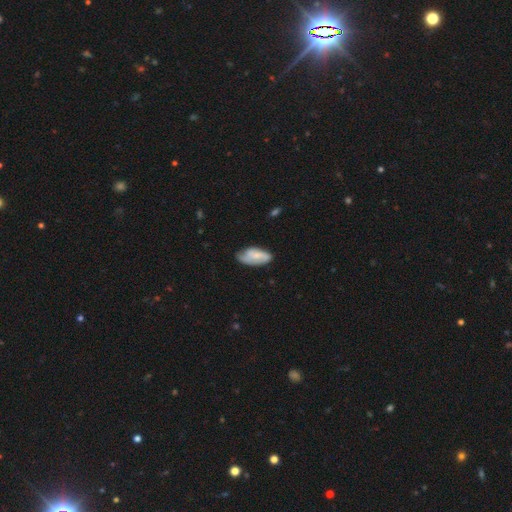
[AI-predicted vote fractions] This is possibly a smooth galaxy (54%). How rounded: clearly in between (89%). Merging: possibly none (56%).